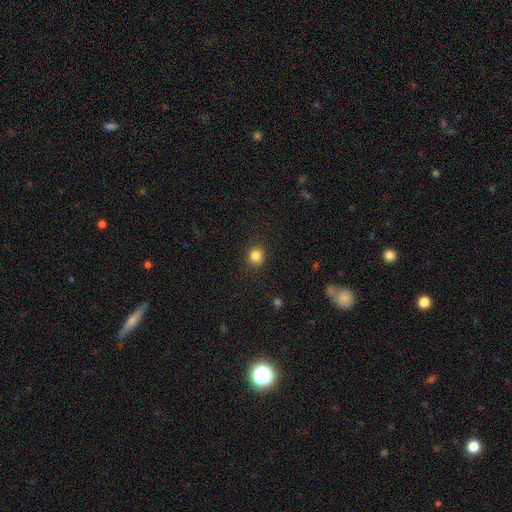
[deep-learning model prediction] Smooth or featured? smooth (84%)
How rounded? round (83%)
Merging? none (89%)